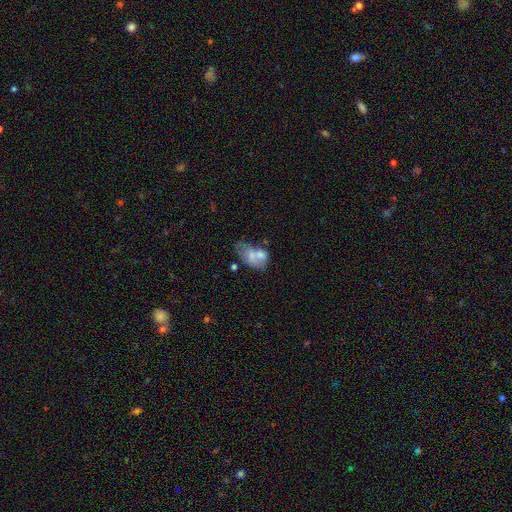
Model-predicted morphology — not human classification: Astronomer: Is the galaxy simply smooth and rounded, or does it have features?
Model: smooth — 60%.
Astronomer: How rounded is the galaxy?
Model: in between — 87%.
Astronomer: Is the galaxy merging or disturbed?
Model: merger — 49%.